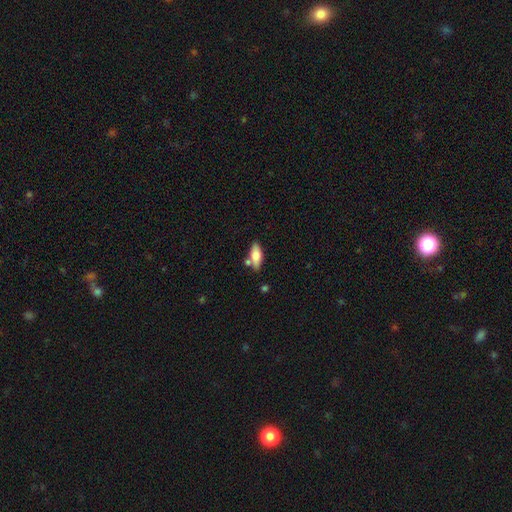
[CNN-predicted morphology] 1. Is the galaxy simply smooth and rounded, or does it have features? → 73% smooth, 20% featured or disk, 6% star or artifact.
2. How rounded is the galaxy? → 75% in between, 23% cigar-shaped, 3% round.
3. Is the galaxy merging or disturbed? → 71% none, 14% minor disturbance, 11% merger, 3% major disturbance.